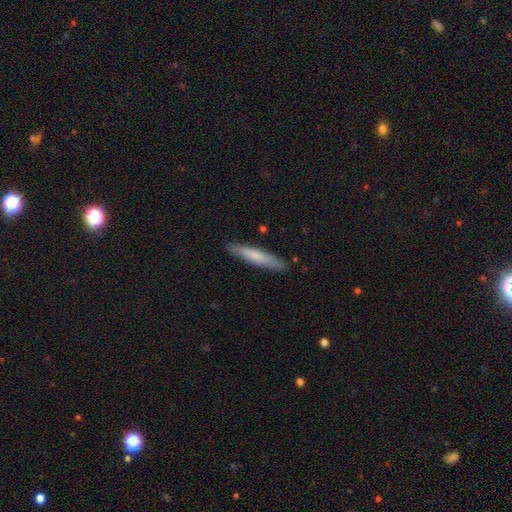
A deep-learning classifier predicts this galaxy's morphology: A smooth galaxy with no disk features (70%) that is cigar-shaped (93%). Merging: none (89%).